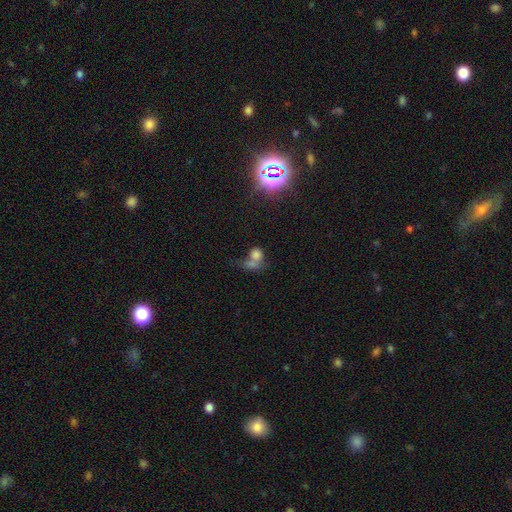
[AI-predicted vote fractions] Morphology: type=smooth (69%); roundness=round (60%); merging=merger (47%).